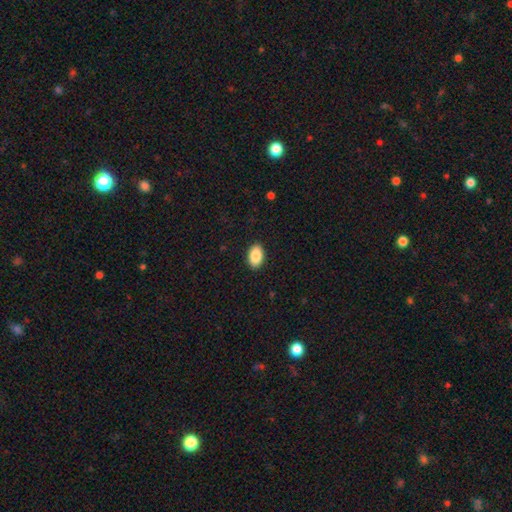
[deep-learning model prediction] A smooth galaxy with no disk features (88%) that is in between round and cigar-shaped (91%).

Vote fractions:
- Smooth or featured? smooth: 88% / star or artifact: 7% / featured or disk: 5%
- How rounded? in between: 91% / round: 8% / cigar-shaped: 1%
- Merging? none: 90% / minor disturbance: 7% / major disturbance: 2% / merger: 1%